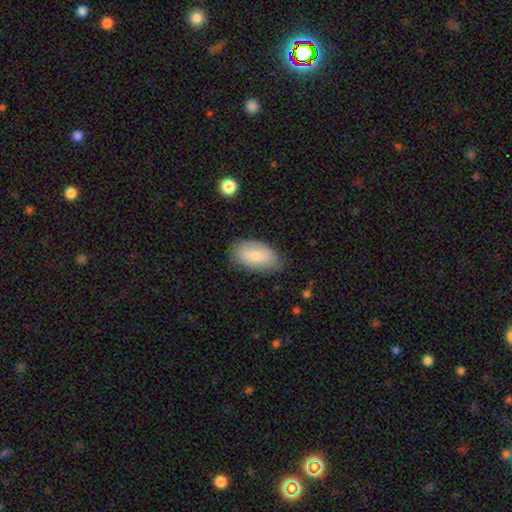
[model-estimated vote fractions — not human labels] smooth_or_featured: smooth (p=0.75) [alt: featured or disk p=0.18]
how_rounded: in between (p=0.94) [alt: round p=0.04]
merging: none (p=0.78) [alt: minor disturbance p=0.17]